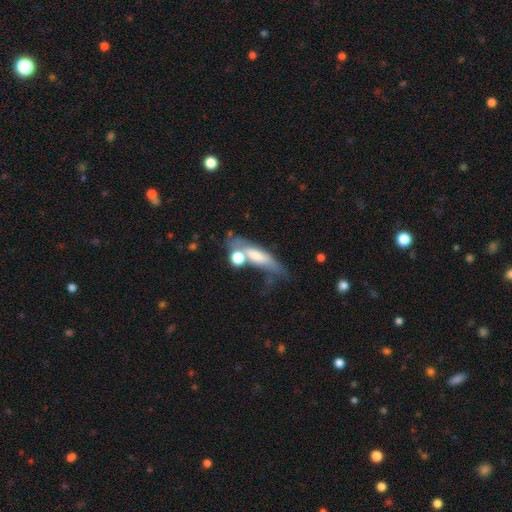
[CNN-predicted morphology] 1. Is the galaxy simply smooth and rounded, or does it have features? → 58% smooth, 33% featured or disk, 9% star or artifact.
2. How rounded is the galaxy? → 48% in between, 44% cigar-shaped, 8% round.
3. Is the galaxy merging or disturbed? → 31% merger, 27% none, 24% major disturbance, 18% minor disturbance.